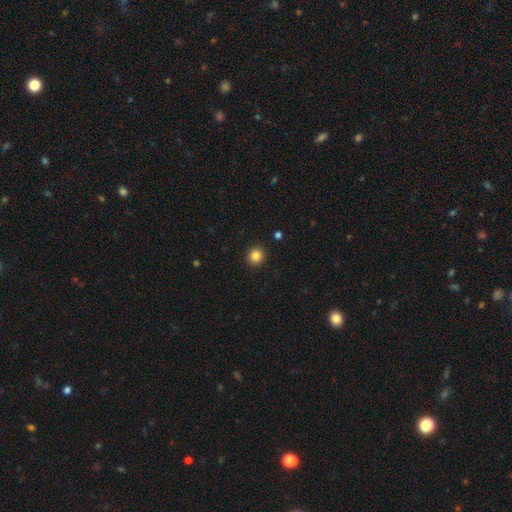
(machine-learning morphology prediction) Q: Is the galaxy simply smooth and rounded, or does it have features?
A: smooth — 84%.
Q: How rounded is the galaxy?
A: round — 89%.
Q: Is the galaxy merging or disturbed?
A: none — 92%.